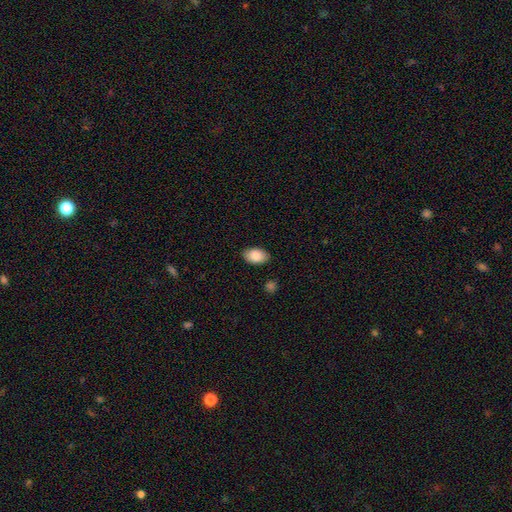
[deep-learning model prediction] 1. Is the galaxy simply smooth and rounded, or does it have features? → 87% smooth, 7% featured or disk, 6% star or artifact.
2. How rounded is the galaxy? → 92% in between, 6% round, 1% cigar-shaped.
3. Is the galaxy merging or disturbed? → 87% none, 10% minor disturbance, 2% major disturbance, 1% merger.